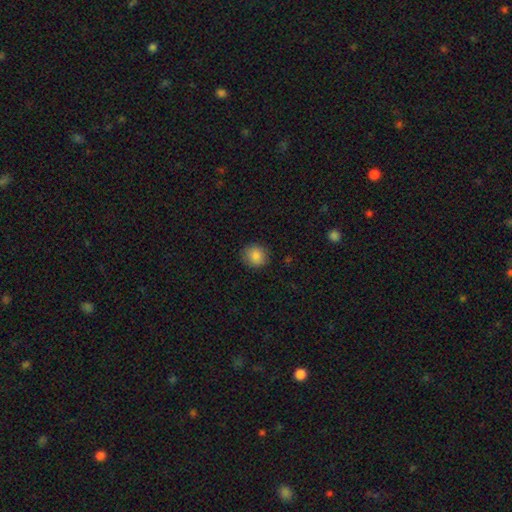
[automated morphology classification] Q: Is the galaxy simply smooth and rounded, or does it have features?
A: smooth — 86%.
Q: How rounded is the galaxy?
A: round — 86%.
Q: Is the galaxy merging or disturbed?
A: none — 88%.